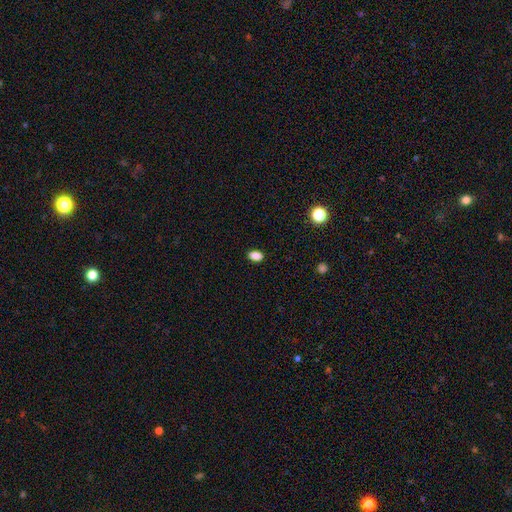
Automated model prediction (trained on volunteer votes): Overall: smooth (86%). How rounded: in between (86%). Merging: none (88%).